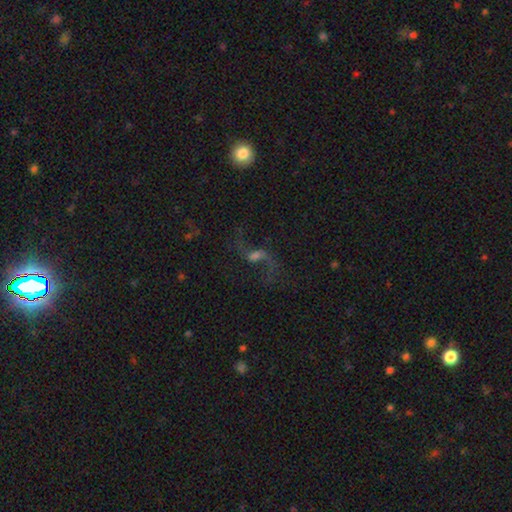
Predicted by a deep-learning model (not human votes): A featured or disk galaxy (71%) with a weak bar (47%), 2 (89%) loose (90%) spiral arms (91%) and a moderate central bulge (35%). Merging: none (65%).